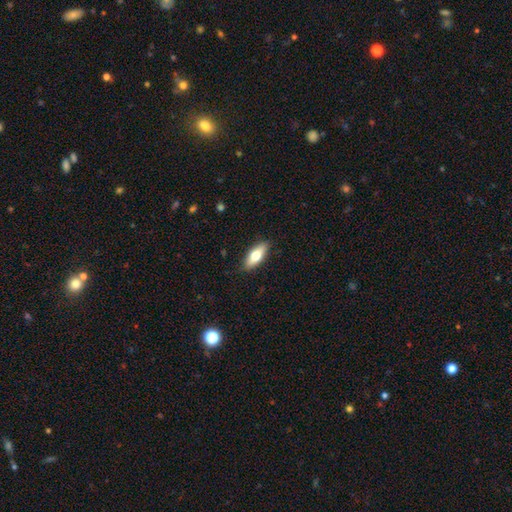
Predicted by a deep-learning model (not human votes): This is likely a smooth galaxy (65%). How rounded: likely in between (72%). Merging: clearly none (87%).